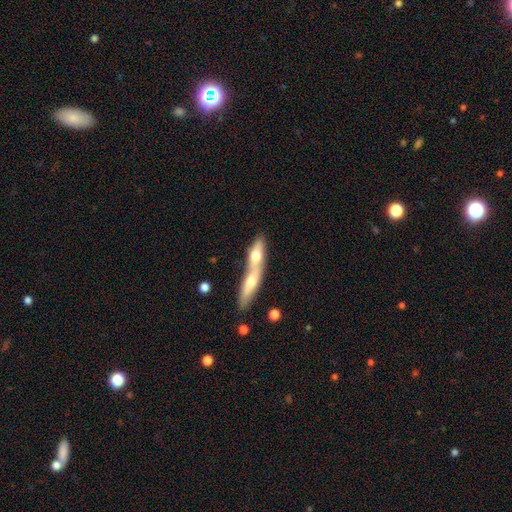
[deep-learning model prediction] Morphology: type=smooth (61%); roundness=cigar-shaped (56%); merging=merger (67%).